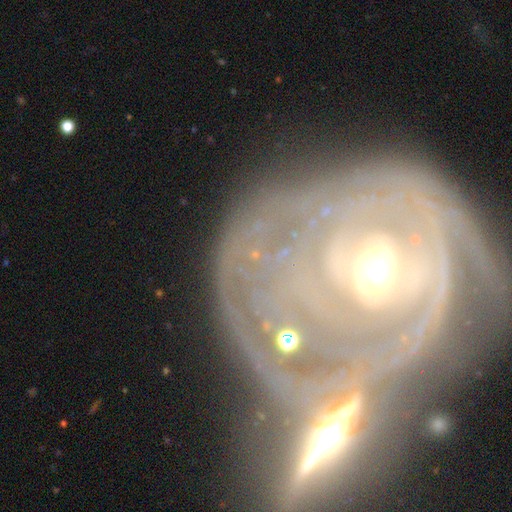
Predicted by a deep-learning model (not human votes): featured or disk 80%, smooth 12%, star or artifact 9%. Down the decision tree: edge-on disk — no (91%); bar — no (55%); spiral arms — yes (72%); spiral arm count — can't tell (46%); spiral winding — tight (74%); bulge size — moderate (64%); merging — none (37%).